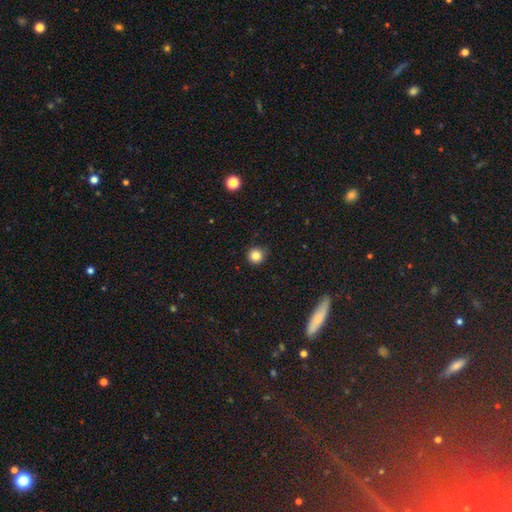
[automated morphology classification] type=smooth (84%); roundness=round (94%); merging=none (89%).